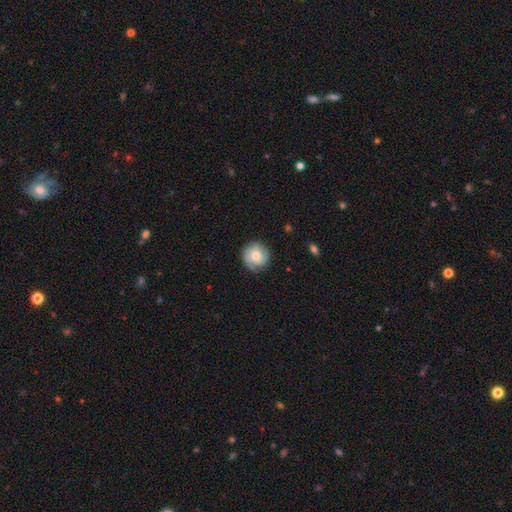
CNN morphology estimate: This appears to be a smooth galaxy with no disk features (52%) that is round (91%). Merging: none (77%).